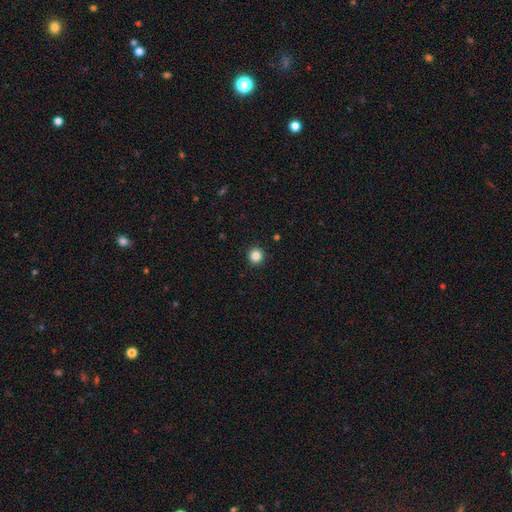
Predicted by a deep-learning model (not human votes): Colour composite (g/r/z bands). It shows a smooth galaxy with no disk features (85%) that is round (95%). Merging: none (93%).